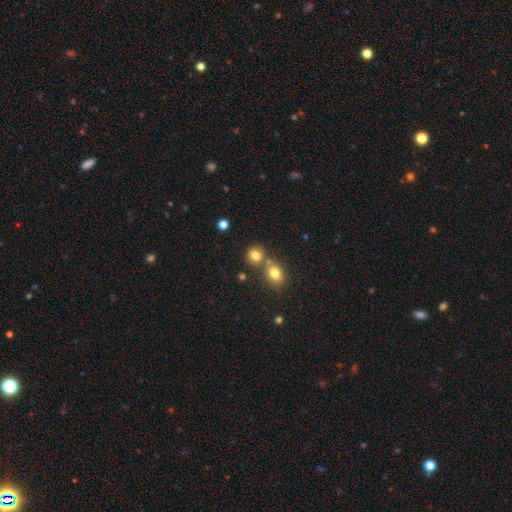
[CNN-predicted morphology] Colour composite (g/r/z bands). It shows a smooth galaxy with no disk features (79%) that is round (76%). Merging: none (58%).